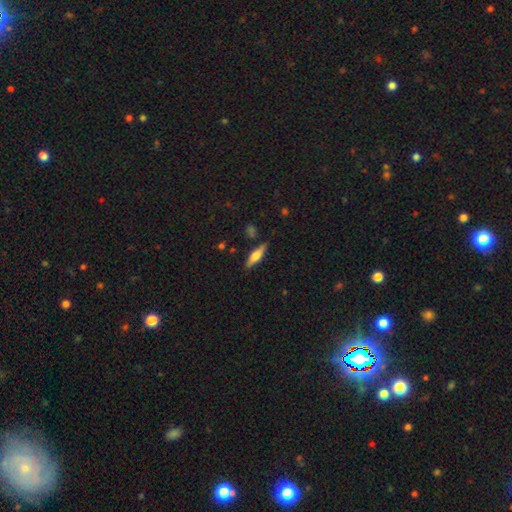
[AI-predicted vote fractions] Overall: featured or disk (52%; smooth 41%). Edge-on disk: yes (95%). Merging: none (86%).